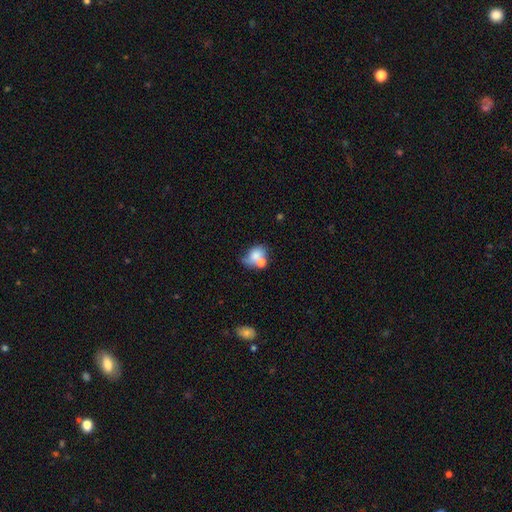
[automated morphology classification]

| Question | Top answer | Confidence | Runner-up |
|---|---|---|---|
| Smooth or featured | smooth | 69% | featured or disk (21%) |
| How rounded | in between | 65% | round (33%) |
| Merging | merger | 43% | none (27%) |